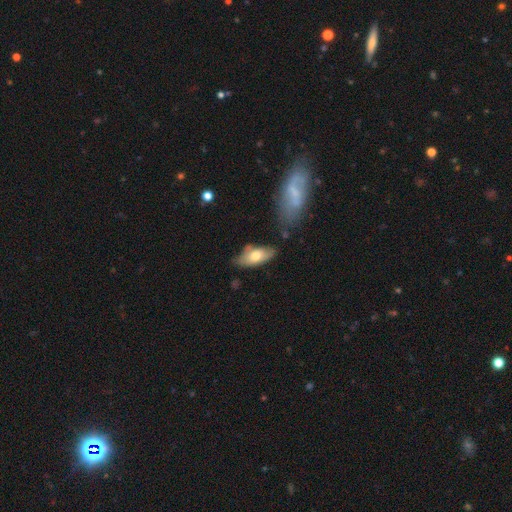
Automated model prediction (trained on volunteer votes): This is likely a smooth galaxy (67%). How rounded: clearly in between (85%). Merging: possibly none (59%).